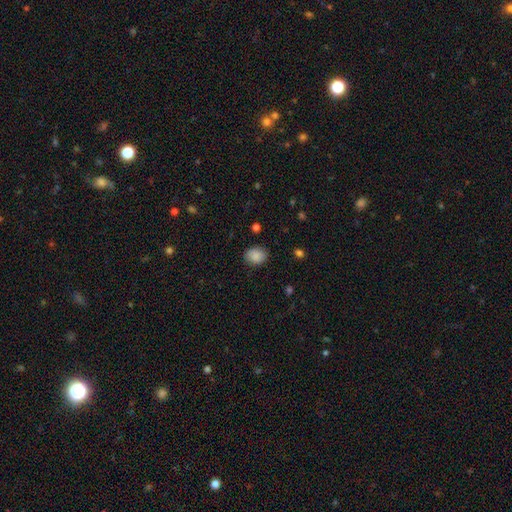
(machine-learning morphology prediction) This appears to be a smooth galaxy with no disk features (87%) that is in between round and cigar-shaped (53%). Merging: none (83%).